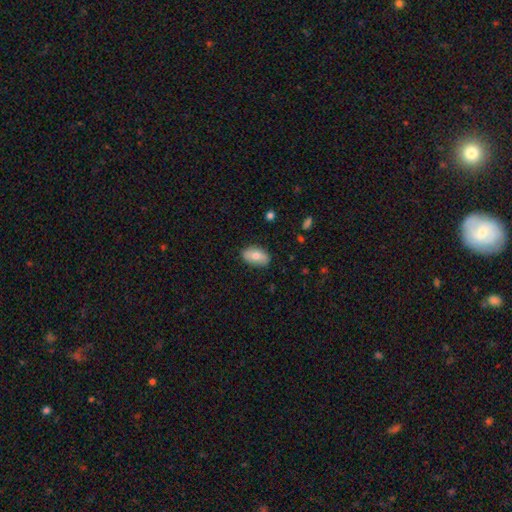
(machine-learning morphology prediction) Smooth or featured? smooth (71%)
How rounded? in between (92%)
Merging? none (84%)